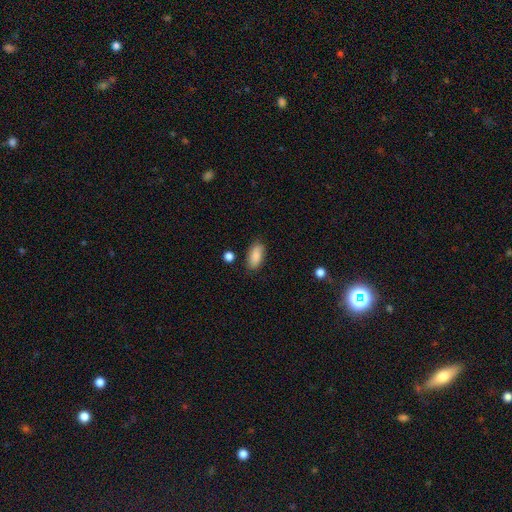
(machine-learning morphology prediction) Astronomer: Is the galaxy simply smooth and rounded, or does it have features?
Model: smooth — 85%.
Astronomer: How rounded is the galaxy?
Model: in between — 90%.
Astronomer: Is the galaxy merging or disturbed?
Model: none — 80%.